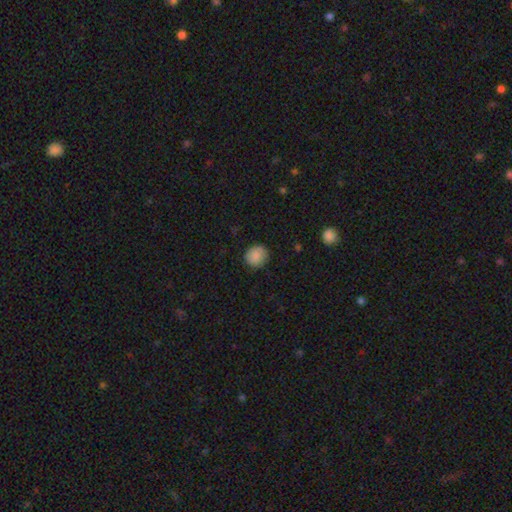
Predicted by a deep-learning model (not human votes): smooth-or-featured: smooth: 86% | star or artifact: 8% | featured or disk: 6%
  how-rounded: round: 87% | in between: 12% | cigar-shaped: 1%
  merging: none: 85% | minor disturbance: 12% | major disturbance: 3% | merger: 1%